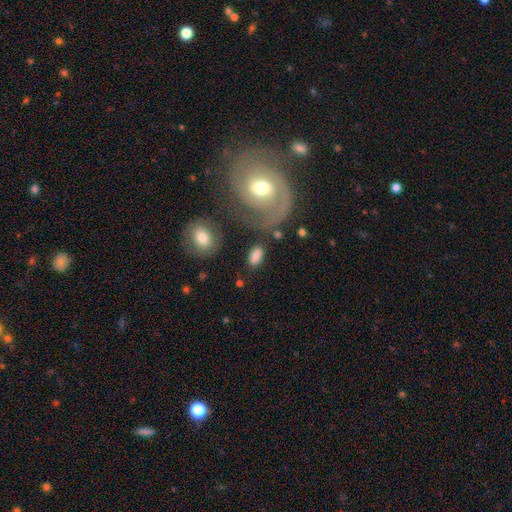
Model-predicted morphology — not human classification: This is likely a smooth galaxy (79%). How rounded: clearly in between (91%). Merging: likely none (71%).